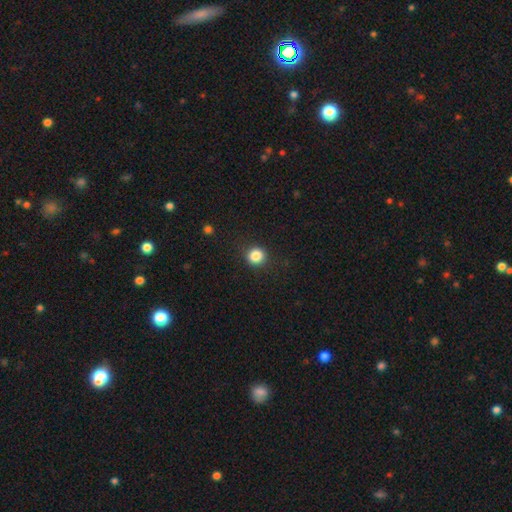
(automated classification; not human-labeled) Q: Smooth or featured?
A: smooth (85%); runner-up: star or artifact (11%)
Q: How rounded?
A: round (90%); runner-up: in between (9%)
Q: Merging?
A: none (88%); runner-up: minor disturbance (8%)